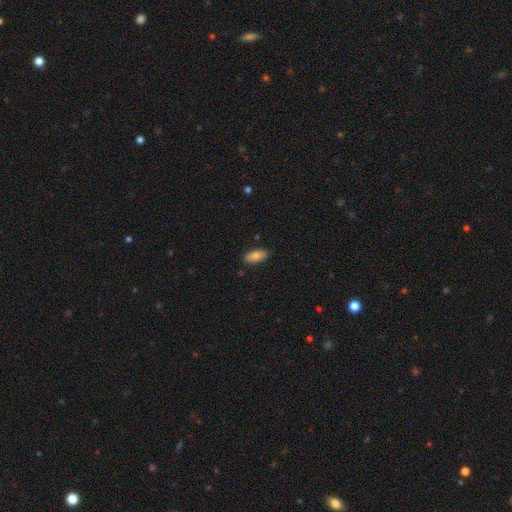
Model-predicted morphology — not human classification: This is likely a smooth galaxy (79%). How rounded: clearly in between (82%). Merging: clearly none (87%).